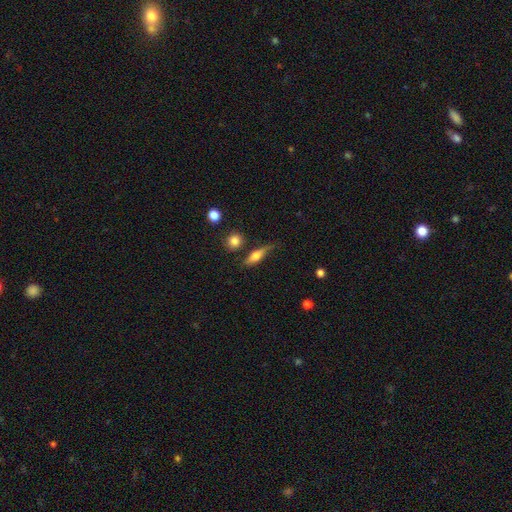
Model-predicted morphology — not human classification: smooth-or-featured: smooth: 60% | featured or disk: 33% | star or artifact: 8%
  how-rounded: cigar-shaped: 50% | in between: 45% | round: 6%
  merging: none: 60% | minor disturbance: 25% | major disturbance: 9% | merger: 6%